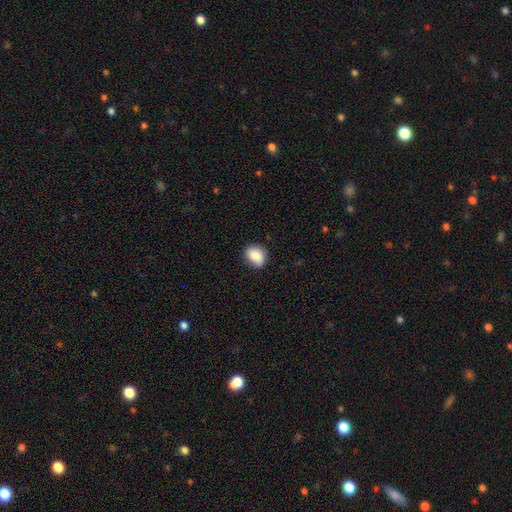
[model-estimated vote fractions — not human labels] This appears to be a smooth galaxy with no disk features (87%) that is in between round and cigar-shaped (65%). Merging: none (76%).